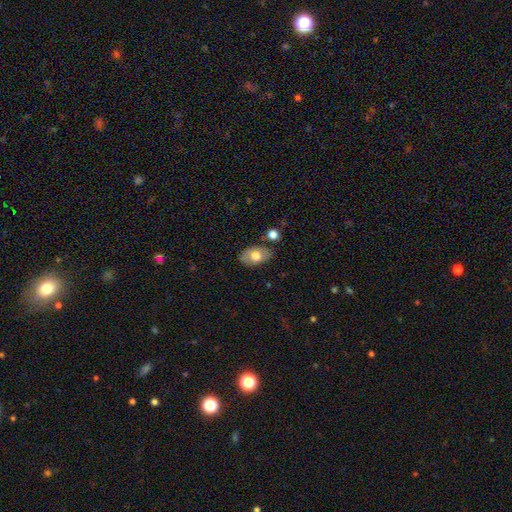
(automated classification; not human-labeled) This is likely a smooth galaxy (67%). How rounded: clearly in between (90%). Merging: likely none (76%).